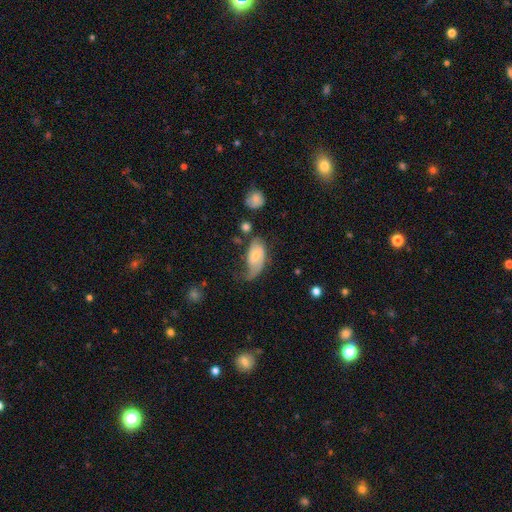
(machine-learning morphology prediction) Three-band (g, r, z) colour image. It shows a featured or disk galaxy (52%). Merging: none (33%).